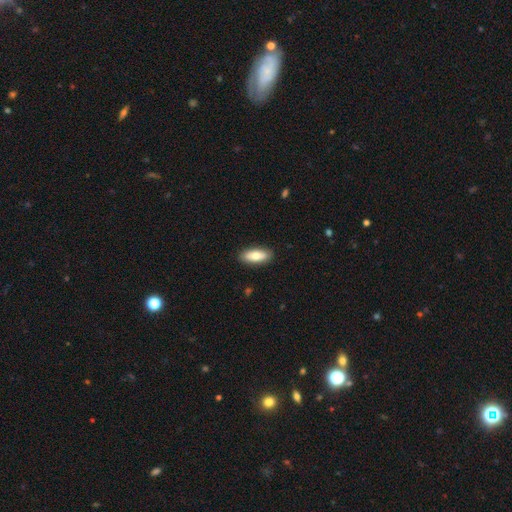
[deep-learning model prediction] Smooth or featured? Predicted: smooth (p=0.76). How rounded? Predicted: in between (p=0.79). Merging? Predicted: none (p=0.89).